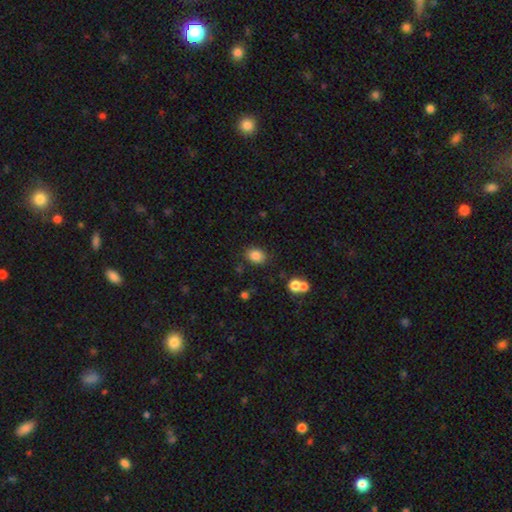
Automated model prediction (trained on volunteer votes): Smooth or featured? smooth (84%)
How rounded? in between (63%)
Merging? none (82%)